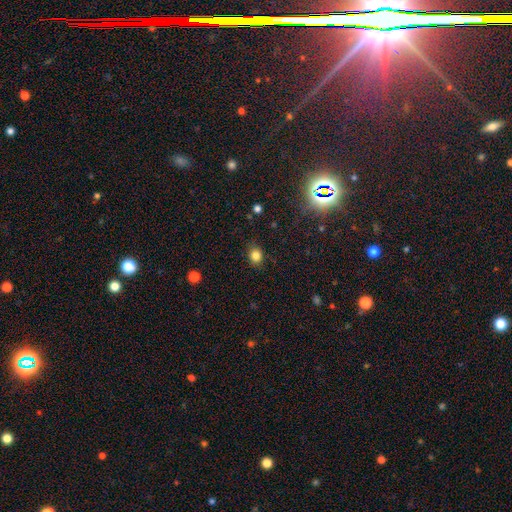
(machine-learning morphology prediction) Q: Smooth or featured?
A: smooth (82%); runner-up: star or artifact (13%)
Q: How rounded?
A: round (65%); runner-up: in between (34%)
Q: Merging?
A: none (86%); runner-up: minor disturbance (10%)